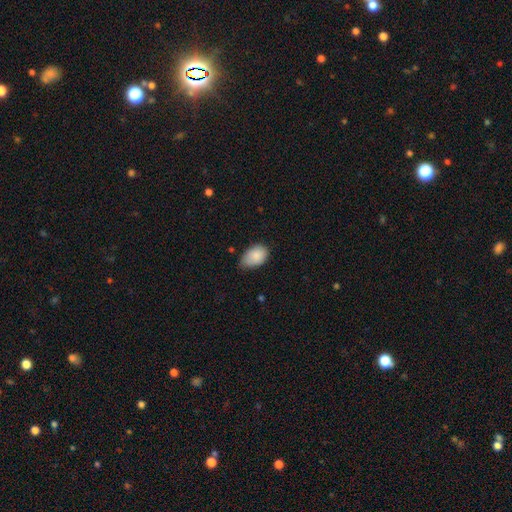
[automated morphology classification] Smooth or featured? smooth (87%)
How rounded? in between (88%)
Merging? none (51%)